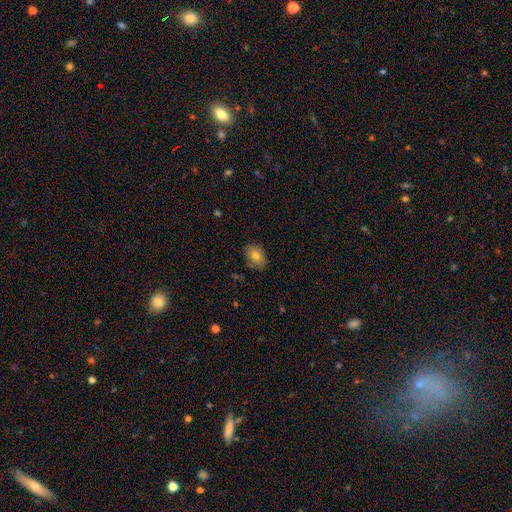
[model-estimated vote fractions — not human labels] Smooth or featured?
  - smooth: 78% *
  - featured or disk: 13%
  - star or artifact: 8%
How rounded?
  - in between: 75% *
  - round: 24%
  - cigar-shaped: 1%
Merging?
  - none: 82% *
  - minor disturbance: 14%
  - major disturbance: 3%
  - merger: 1%